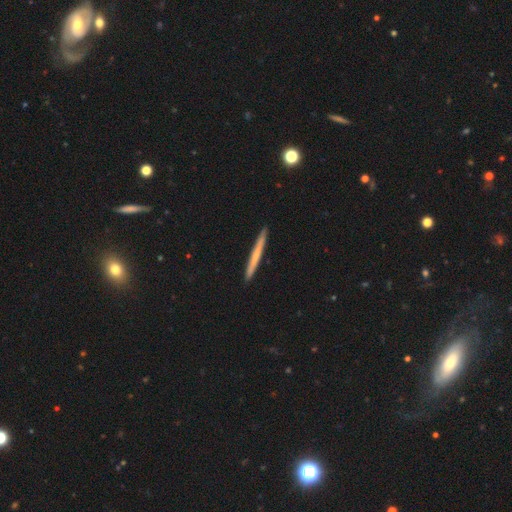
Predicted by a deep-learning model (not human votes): Overall: smooth (54%; featured or disk 40%). How rounded: cigar-shaped (97%). Merging: none (92%).